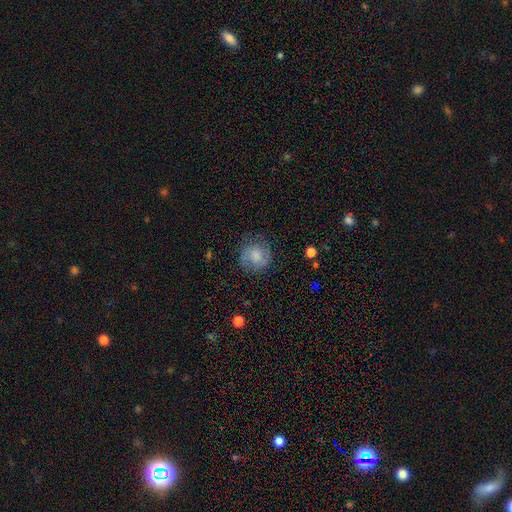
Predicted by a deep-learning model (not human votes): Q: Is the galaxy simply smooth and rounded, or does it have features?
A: smooth — 48%.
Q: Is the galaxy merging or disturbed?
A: none — 73%.